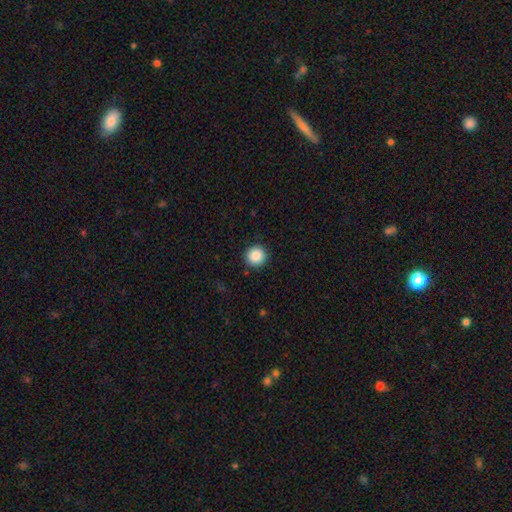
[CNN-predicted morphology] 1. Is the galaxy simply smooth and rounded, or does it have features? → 88% smooth, 9% star or artifact, 3% featured or disk.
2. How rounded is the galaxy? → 95% round, 4% in between, 1% cigar-shaped.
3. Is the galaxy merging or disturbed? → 90% none, 6% minor disturbance, 2% major disturbance, 1% merger.